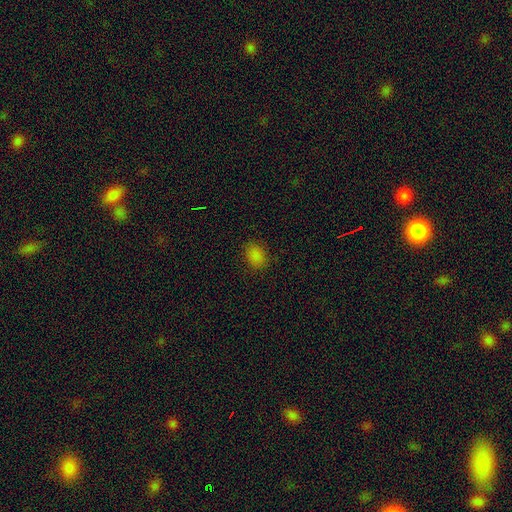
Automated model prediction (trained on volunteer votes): Morphology: type=smooth (82%); roundness=in between (62%); merging=none (84%).